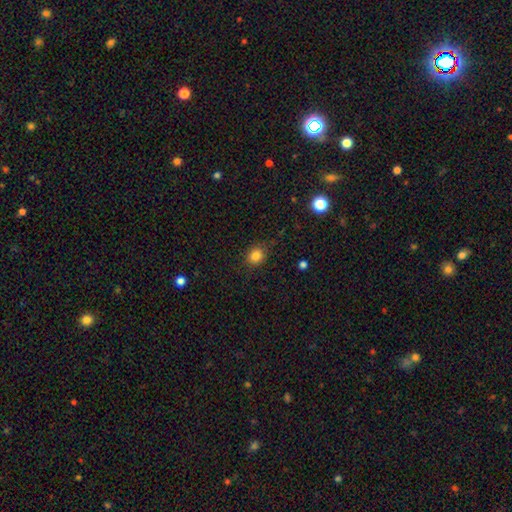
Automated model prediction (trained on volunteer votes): A smooth galaxy with no disk features (84%) that is round (66%). Merging: none (84%).